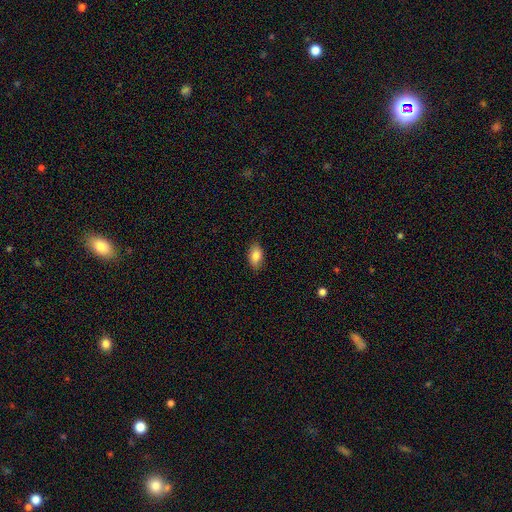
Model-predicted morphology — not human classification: smooth 84%, featured or disk 9%, star or artifact 7%. Down the decision tree: how rounded — in between (91%); merging — none (86%).